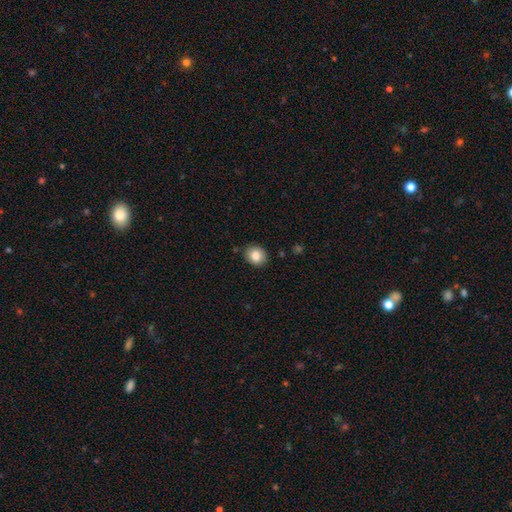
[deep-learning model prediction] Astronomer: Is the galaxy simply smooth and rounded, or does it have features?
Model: smooth — 85%.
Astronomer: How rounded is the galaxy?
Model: round — 68%.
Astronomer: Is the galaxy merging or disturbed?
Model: none — 85%.